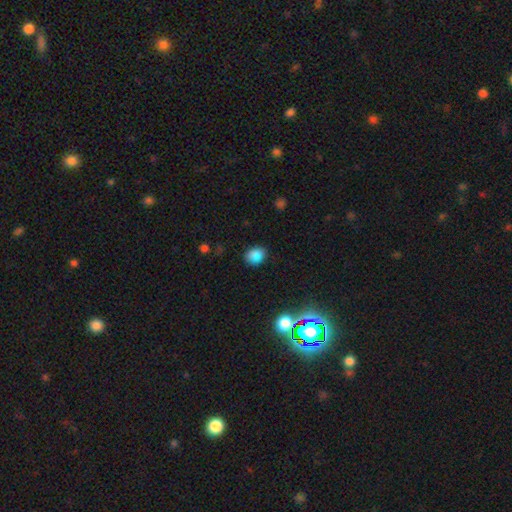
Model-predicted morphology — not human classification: Smooth or featured?
  - smooth: 85% *
  - star or artifact: 11%
  - featured or disk: 4%
How rounded?
  - in between: 53% *
  - round: 46%
  - cigar-shaped: 1%
Merging?
  - none: 83% *
  - minor disturbance: 12%
  - major disturbance: 3%
  - merger: 1%